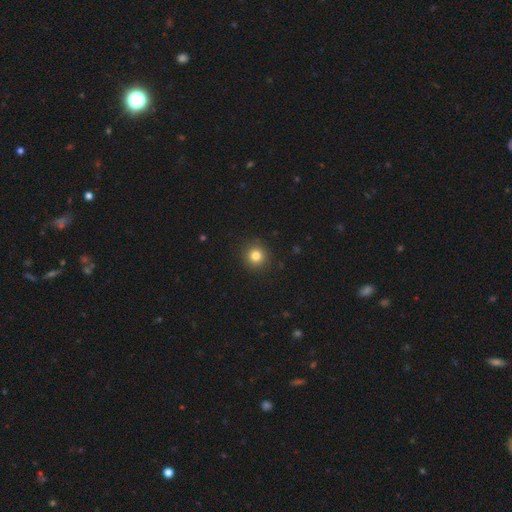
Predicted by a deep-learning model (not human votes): Smooth or featured: smooth — 81% (star or artifact — 12%)
How rounded: round — 94% (in between — 5%)
Merging: none — 92% (minor disturbance — 5%)